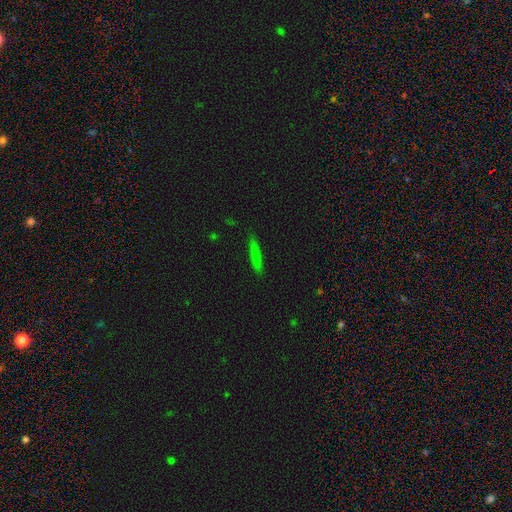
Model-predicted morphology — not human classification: Smooth or featured?
  - smooth: 76% *
  - featured or disk: 16%
  - star or artifact: 8%
How rounded?
  - cigar-shaped: 93% *
  - in between: 5%
  - round: 2%
Merging?
  - none: 88% *
  - minor disturbance: 9%
  - major disturbance: 2%
  - merger: 1%